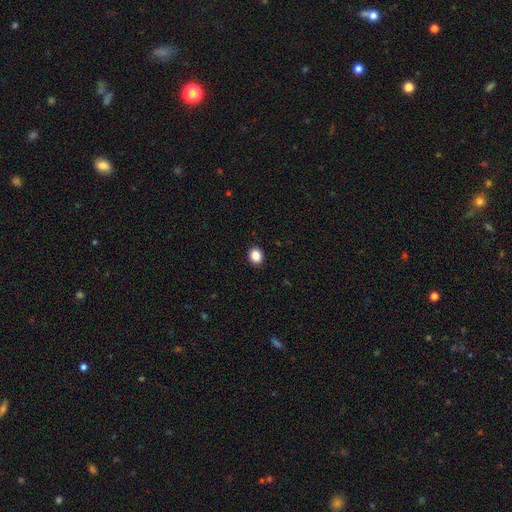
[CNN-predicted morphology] Smooth or featured?
  - smooth: 88% *
  - star or artifact: 9%
  - featured or disk: 3%
How rounded?
  - round: 58% *
  - in between: 41%
  - cigar-shaped: 1%
Merging?
  - none: 91% *
  - minor disturbance: 6%
  - major disturbance: 2%
  - merger: 1%